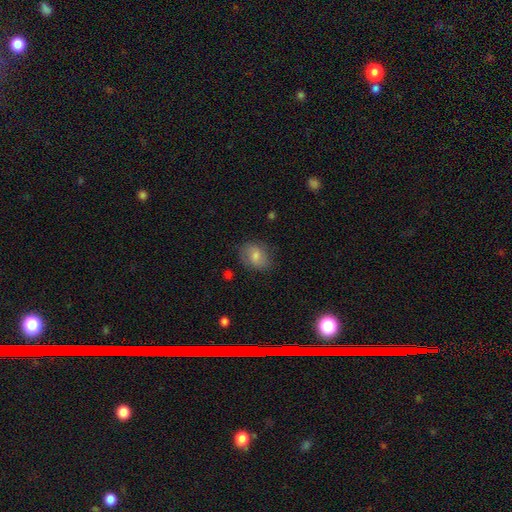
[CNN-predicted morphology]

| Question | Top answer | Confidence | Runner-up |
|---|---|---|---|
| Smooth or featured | smooth | 61% | featured or disk (22%) |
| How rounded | in between | 54% | round (44%) |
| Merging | none | 78% | minor disturbance (16%) |